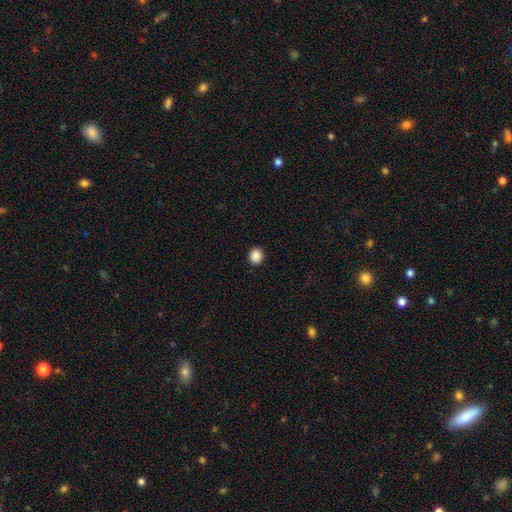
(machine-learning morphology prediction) Smooth or featured? smooth (88%)
How rounded? round (78%)
Merging? none (92%)